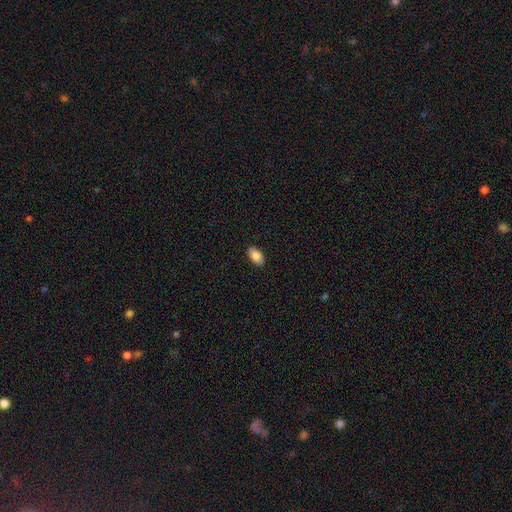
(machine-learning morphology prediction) smooth-or-featured: smooth: 86% | star or artifact: 7% | featured or disk: 7%
  how-rounded: in between: 94% | round: 4% | cigar-shaped: 2%
  merging: none: 89% | minor disturbance: 8% | major disturbance: 2% | merger: 1%